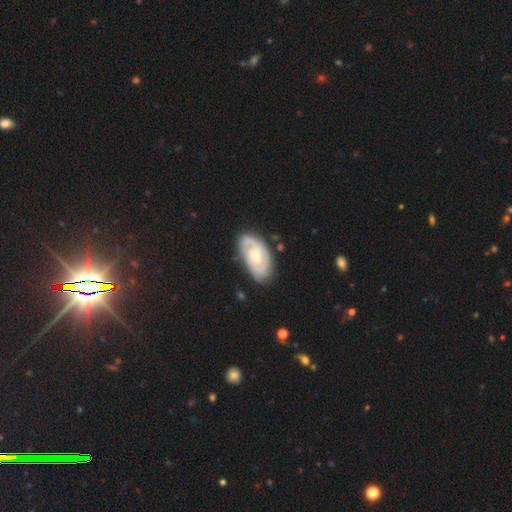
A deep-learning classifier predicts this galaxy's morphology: Smooth or featured?
  - featured or disk: 83% *
  - smooth: 12%
  - star or artifact: 5%
Edge-on disk?
  - no: 97% *
  - yes: 3%
Bar?
  - no: 59% *
  - weak: 34%
  - strong: 7%
Spiral arms?
  - yes: 96% *
  - no: 4%
Spiral winding?
  - tight: 64% *
  - medium: 30%
  - loose: 6%
Spiral arm count?
  - 2: 73% *
  - can't tell: 12%
  - 3: 8%
  - 1: 3%
  - 4: 2%
  - more than 4: 2%
Bulge size?
  - small: 42% *
  - moderate: 37%
  - none: 12%
  - large: 7%
  - dominant: 2%
Merging?
  - none: 79% *
  - minor disturbance: 15%
  - major disturbance: 4%
  - merger: 2%